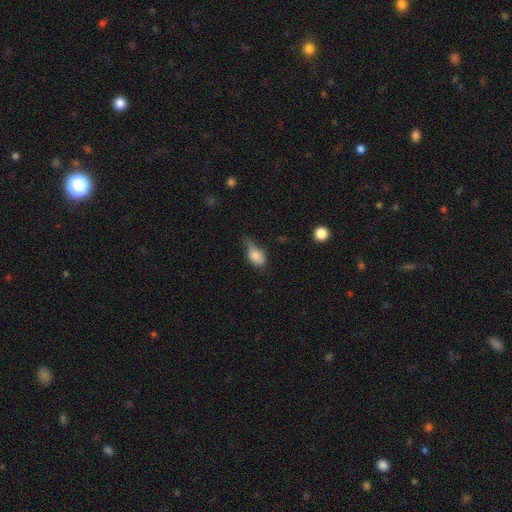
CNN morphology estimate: smooth-or-featured: smooth: 78% | featured or disk: 13% | star or artifact: 8%
  how-rounded: in between: 83% | round: 13% | cigar-shaped: 3%
  merging: minor disturbance: 46% | major disturbance: 26% | none: 25% | merger: 3%